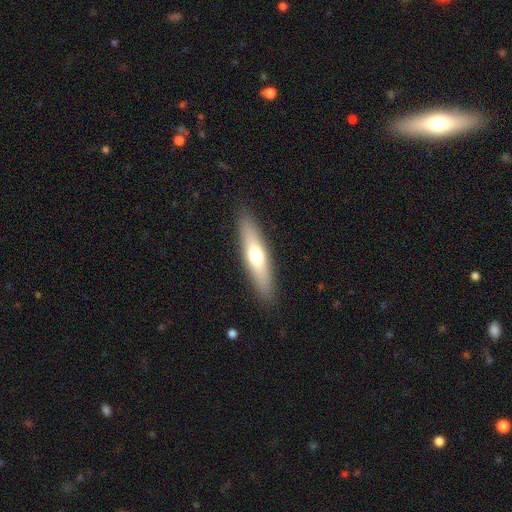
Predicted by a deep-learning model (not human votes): Q: Smooth or featured?
A: smooth (55%); runner-up: featured or disk (37%)
Q: How rounded?
A: cigar-shaped (69%); runner-up: in between (29%)
Q: Merging?
A: none (88%); runner-up: minor disturbance (8%)